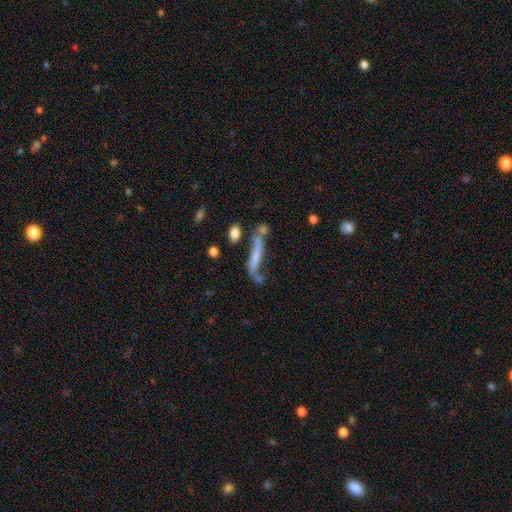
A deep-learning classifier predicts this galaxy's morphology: This appears to be a smooth galaxy with no disk features (52%) that is cigar-shaped (86%). Merging: none (43%).